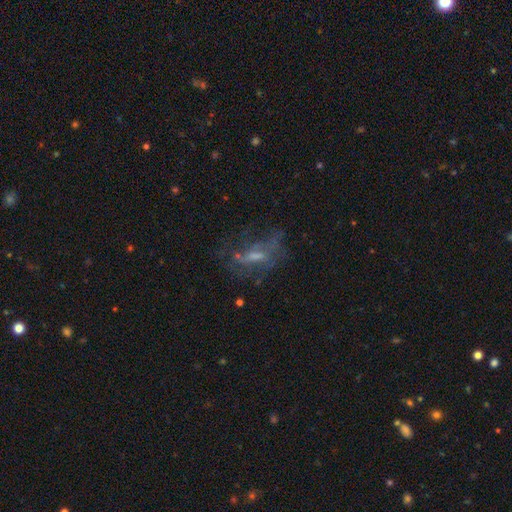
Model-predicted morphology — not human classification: Smooth or featured? featured or disk (58%)
Edge-on disk? no (85%)
Merging? none (48%)